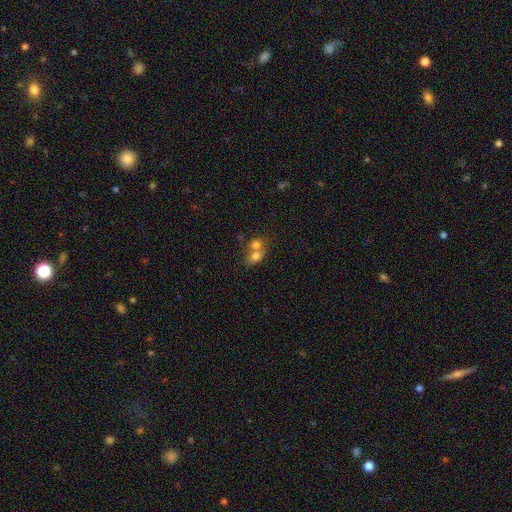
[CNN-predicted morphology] This is likely a smooth galaxy (75%). How rounded: possibly in between (58%). Merging: likely merger (64%).